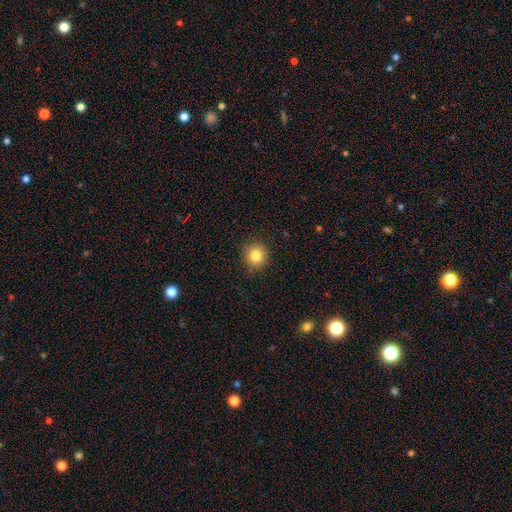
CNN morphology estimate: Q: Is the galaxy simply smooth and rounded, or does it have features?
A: smooth — 82%.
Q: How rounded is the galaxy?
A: round — 90%.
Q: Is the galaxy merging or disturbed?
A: none — 88%.